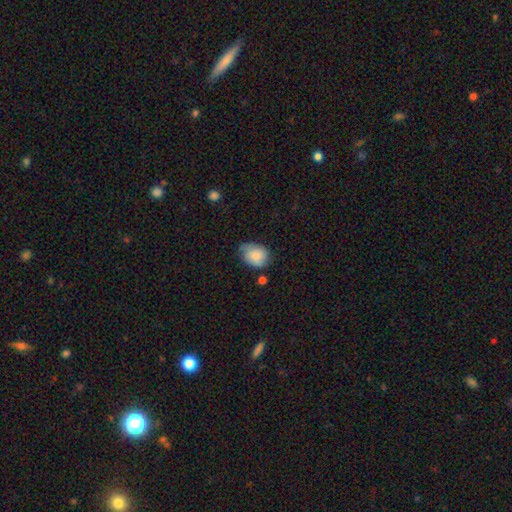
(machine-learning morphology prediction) The model was most divided on "merging": none: 52%, minor disturbance: 37%, major disturbance: 8%, merger: 4%. More confident: smooth or featured — smooth (79%); how rounded — in between (60%).